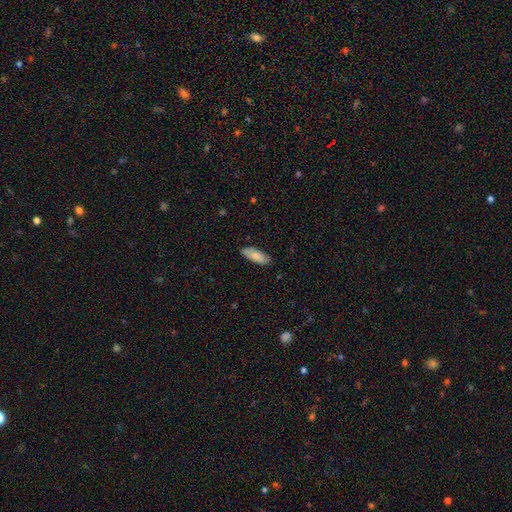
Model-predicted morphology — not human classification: A smooth galaxy with no disk features (84%) that is in between round and cigar-shaped (78%). Merging: none (87%).